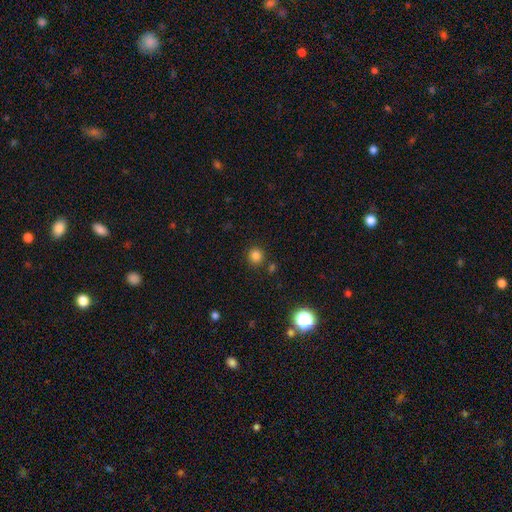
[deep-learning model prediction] Smooth or featured? Predicted: smooth (p=0.82). How rounded? Predicted: round (p=0.92). Merging? Predicted: none (p=0.85).